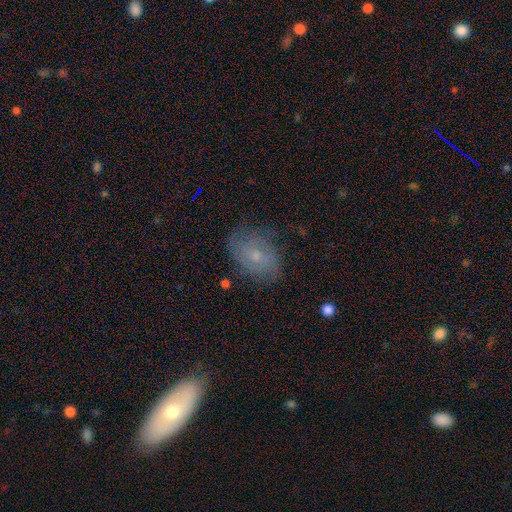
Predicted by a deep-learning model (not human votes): A featured or disk galaxy (55%) with no bar (73%), spiral arms (80%) and a small central bulge (58%).

Vote fractions:
- Smooth or featured? featured or disk: 55% / smooth: 34% / star or artifact: 11%
- Edge-on disk? no: 96% / yes: 4%
- Bar? no: 73% / weak: 24% / strong: 3%
- Spiral arms? yes: 80% / no: 20%
- Bulge size? small: 58% / moderate: 36% / none: 3% / large: 2% / dominant: 1%
- Merging? none: 72% / minor disturbance: 20% / major disturbance: 7% / merger: 1%